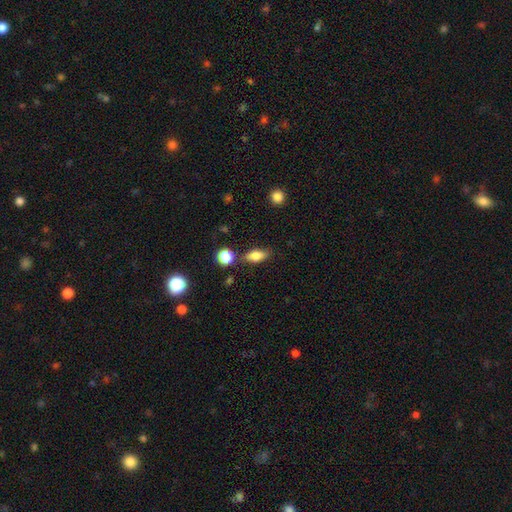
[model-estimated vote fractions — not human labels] Smooth or featured?
  - smooth: 75% *
  - featured or disk: 15%
  - star or artifact: 9%
How rounded?
  - in between: 78% *
  - cigar-shaped: 14%
  - round: 7%
Merging?
  - none: 78% *
  - minor disturbance: 13%
  - merger: 5%
  - major disturbance: 3%